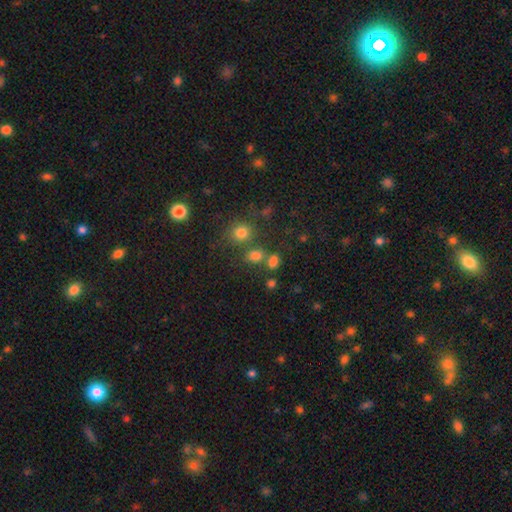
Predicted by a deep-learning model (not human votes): smooth 75%, star or artifact 18%, featured or disk 7%. Down the decision tree: how rounded — in between (59%); merging — none (60%).